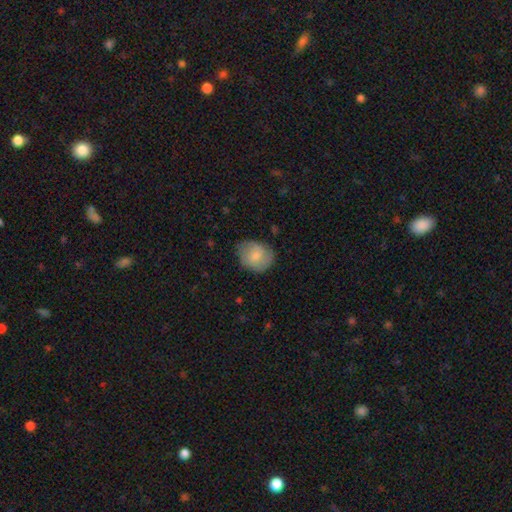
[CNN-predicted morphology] The model was most divided on "how rounded": round: 59%, in between: 40%, cigar-shaped: 1%. More confident: smooth or featured — smooth (74%); merging — none (71%).